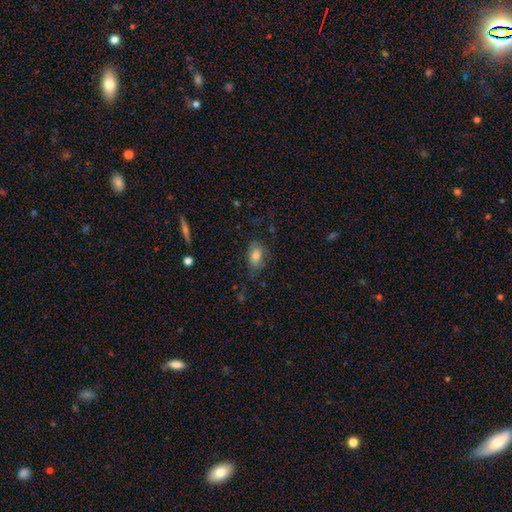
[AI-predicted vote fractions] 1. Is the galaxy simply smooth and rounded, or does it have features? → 74% smooth, 17% featured or disk, 9% star or artifact.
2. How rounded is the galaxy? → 85% in between, 12% round, 3% cigar-shaped.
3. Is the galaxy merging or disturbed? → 59% none, 27% minor disturbance, 13% major disturbance, 2% merger.